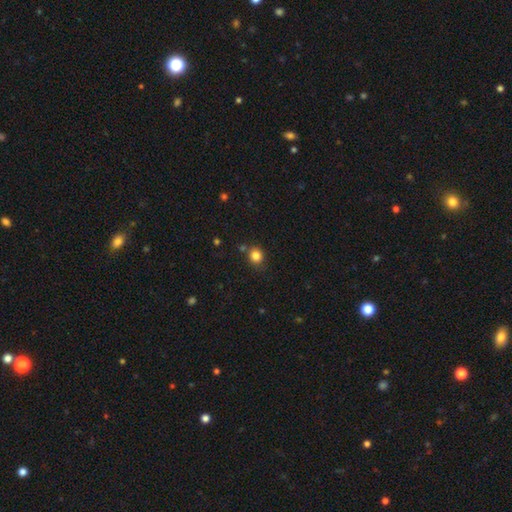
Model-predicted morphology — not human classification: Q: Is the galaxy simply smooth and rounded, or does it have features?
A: smooth — 83%.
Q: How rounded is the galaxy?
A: round — 78%.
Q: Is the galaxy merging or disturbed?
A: none — 74%.